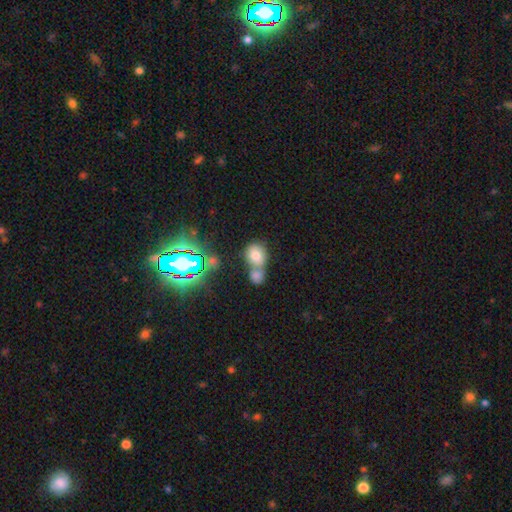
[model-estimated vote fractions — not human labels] Smooth or featured? smooth (67%)
How rounded? round (67%)
Merging? merger (54%)